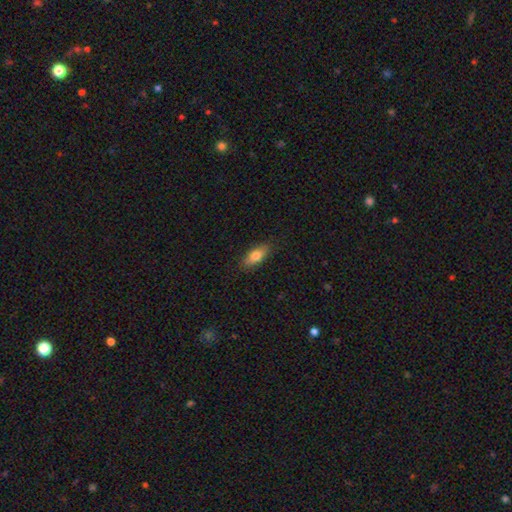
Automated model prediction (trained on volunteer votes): Smooth or featured? smooth (78%)
How rounded? in between (79%)
Merging? none (86%)